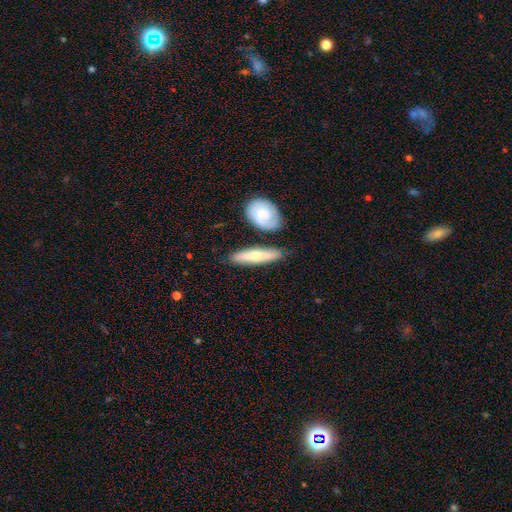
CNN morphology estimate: Overall: smooth (51%; featured or disk 44%). How rounded: cigar-shaped (75%). Merging: none (78%).